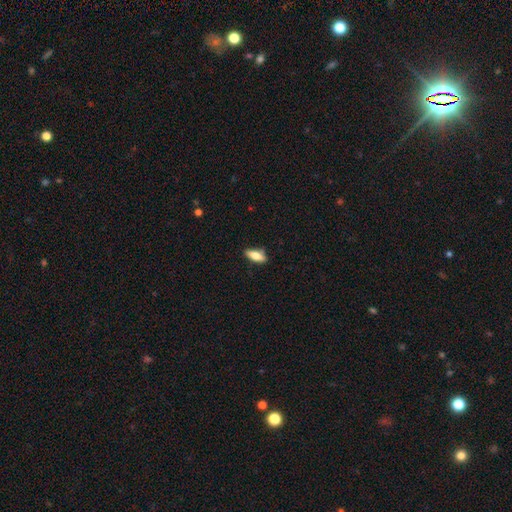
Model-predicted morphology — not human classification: Q: Smooth or featured?
A: smooth (70%); runner-up: featured or disk (23%)
Q: How rounded?
A: in between (71%); runner-up: cigar-shaped (26%)
Q: Merging?
A: none (80%); runner-up: minor disturbance (15%)